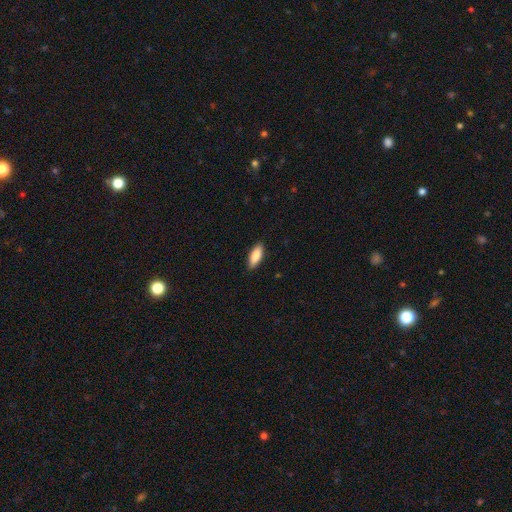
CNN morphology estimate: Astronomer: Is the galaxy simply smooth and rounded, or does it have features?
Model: smooth — 86%.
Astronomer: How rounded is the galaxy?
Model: in between — 75%.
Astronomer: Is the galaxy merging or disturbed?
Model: none — 89%.